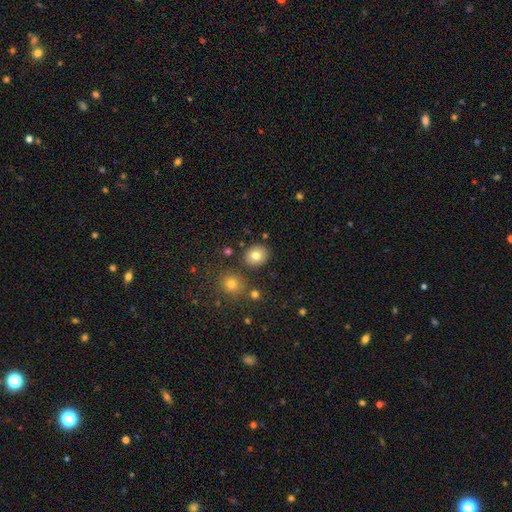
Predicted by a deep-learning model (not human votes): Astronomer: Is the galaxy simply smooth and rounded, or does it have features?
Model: smooth — 80%.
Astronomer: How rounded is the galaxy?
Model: round — 70%.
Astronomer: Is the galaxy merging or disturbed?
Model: none — 85%.